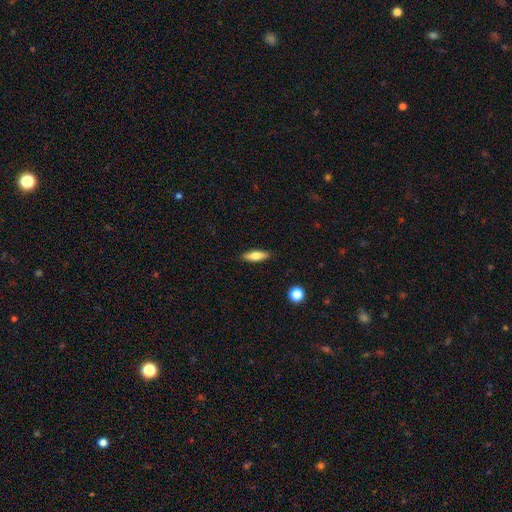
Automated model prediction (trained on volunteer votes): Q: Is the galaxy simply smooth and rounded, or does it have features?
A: smooth — 70%.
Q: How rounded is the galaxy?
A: cigar-shaped — 50%.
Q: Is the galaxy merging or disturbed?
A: none — 88%.